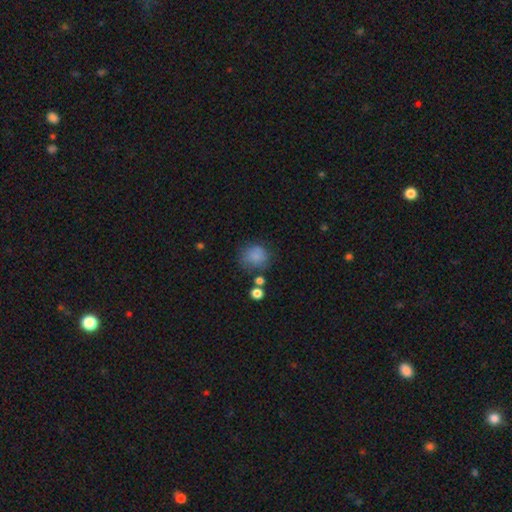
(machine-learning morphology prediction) smooth_or_featured: smooth (p=0.80) [alt: star or artifact p=0.12]
how_rounded: round (p=0.80) [alt: in between p=0.19]
merging: none (p=0.64) [alt: minor disturbance p=0.20]